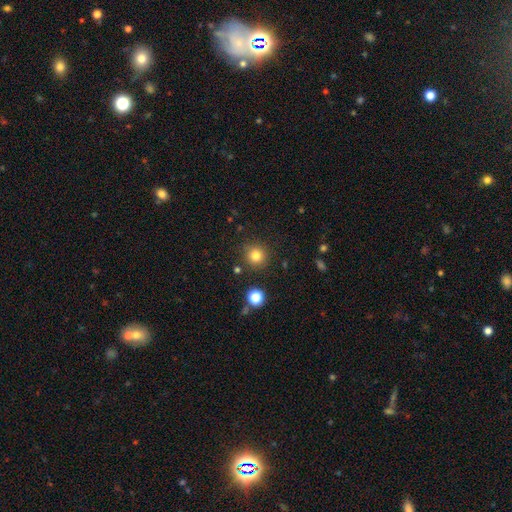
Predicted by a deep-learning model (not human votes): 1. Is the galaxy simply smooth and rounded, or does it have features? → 81% smooth, 13% star or artifact, 6% featured or disk.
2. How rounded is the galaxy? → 93% round, 6% in between, 1% cigar-shaped.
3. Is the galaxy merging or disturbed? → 87% none, 7% minor disturbance, 3% merger, 3% major disturbance.